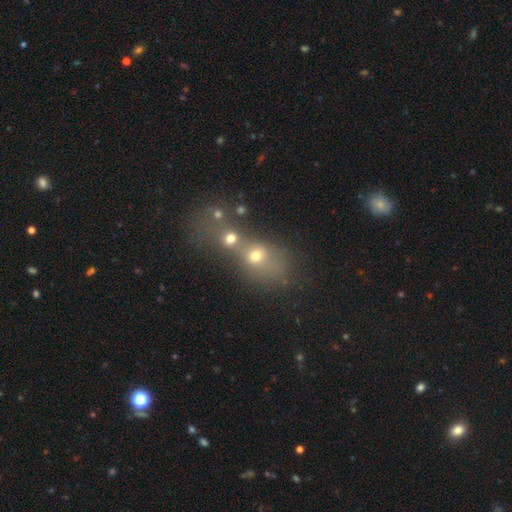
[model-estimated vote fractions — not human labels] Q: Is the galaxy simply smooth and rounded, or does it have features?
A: smooth — 62%.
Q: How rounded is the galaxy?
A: round — 56%.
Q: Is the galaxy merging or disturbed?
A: merger — 64%.